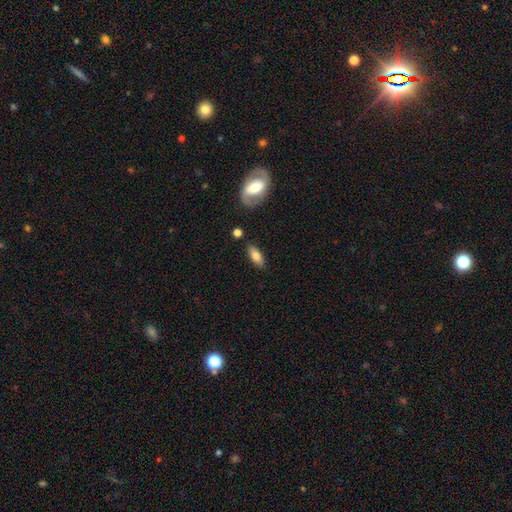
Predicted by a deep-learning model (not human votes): Smooth or featured: smooth — 75% (featured or disk — 18%)
How rounded: in between — 76% (cigar-shaped — 21%)
Merging: none — 81% (minor disturbance — 12%)